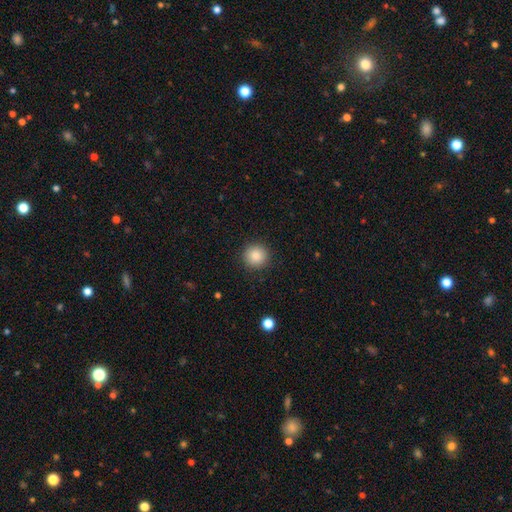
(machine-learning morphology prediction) Smooth or featured? Predicted: smooth (p=0.87). How rounded? Predicted: round (p=0.94). Merging? Predicted: none (p=0.91).